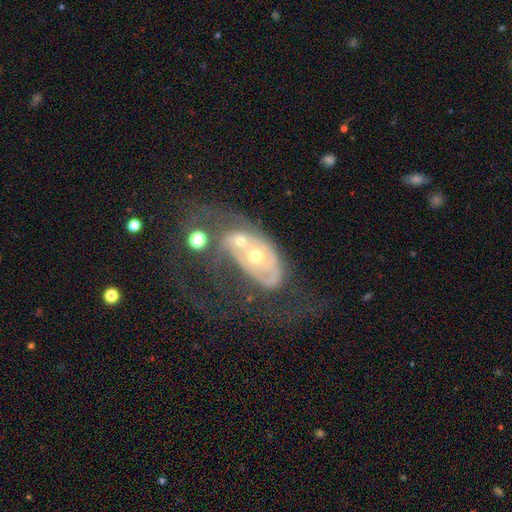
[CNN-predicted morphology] Smooth or featured? featured or disk (75%)
Edge-on disk? no (95%)
Bar? no (81%)
Spiral arms? yes (59%)
Bulge size? moderate (63%)
Merging? merger (41%)